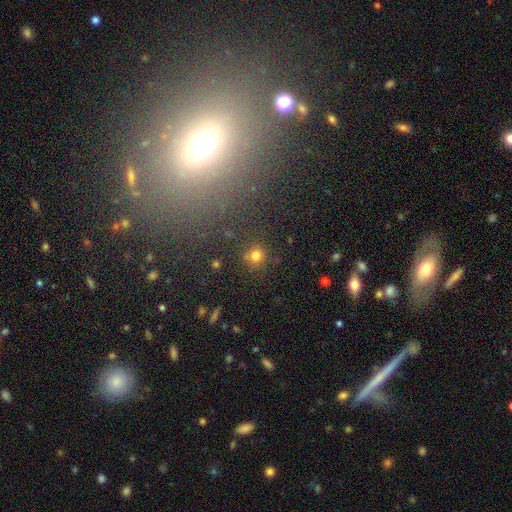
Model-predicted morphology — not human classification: A smooth galaxy with no disk features (76%) that is round (91%). Merging: none (78%).